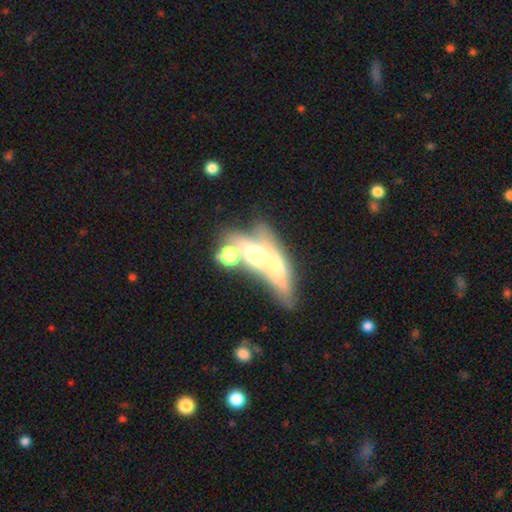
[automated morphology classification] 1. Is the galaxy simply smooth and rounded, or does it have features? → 57% featured or disk, 27% smooth, 16% star or artifact.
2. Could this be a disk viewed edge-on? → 55% no, 45% yes.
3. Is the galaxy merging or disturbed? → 59% merger, 19% none, 13% major disturbance, 9% minor disturbance.